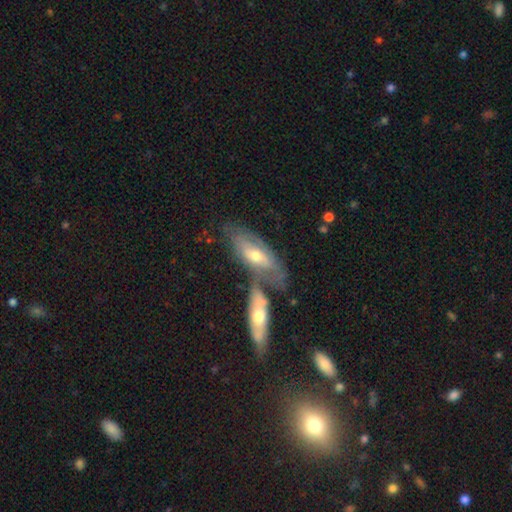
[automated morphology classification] Q: Smooth or featured?
A: featured or disk (61%); runner-up: smooth (33%)
Q: Edge-on disk?
A: no (70%); runner-up: yes (30%)
Q: Merging?
A: merger (41%); runner-up: none (39%)